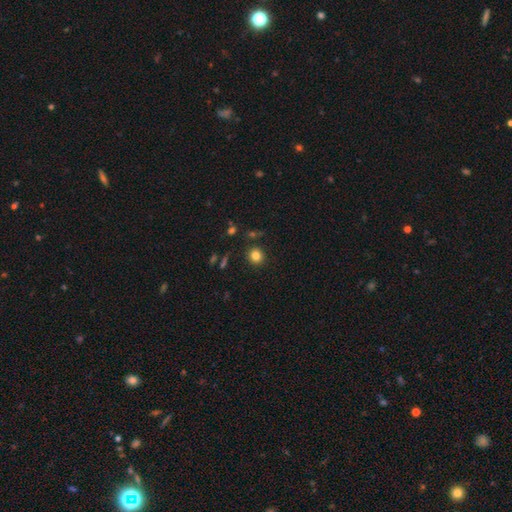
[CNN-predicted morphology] A smooth galaxy with no disk features (82%) that is round (89%). Merging: none (88%).